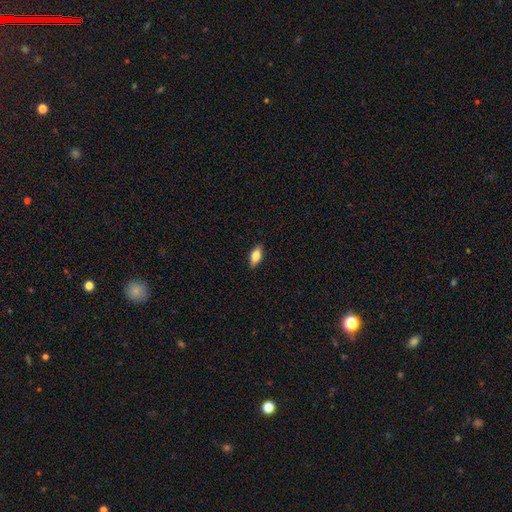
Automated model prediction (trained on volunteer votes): This appears to be a smooth galaxy with no disk features (75%) that is in between round and cigar-shaped (83%). Merging: none (87%).